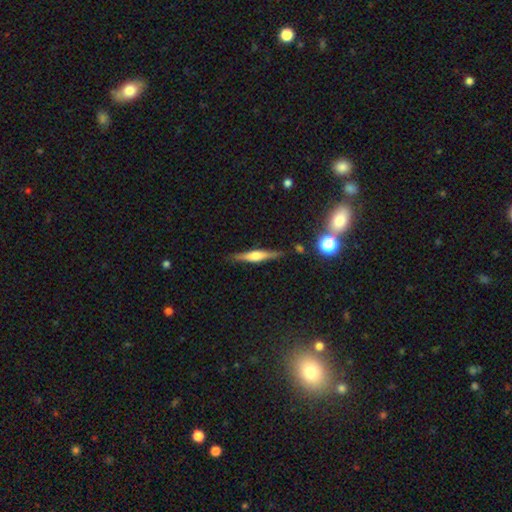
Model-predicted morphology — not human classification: smooth-or-featured: featured or disk: 64% | smooth: 28% | star or artifact: 7%
  disk-edge-on: yes: 96% | no: 4%
    edge-on-bulge: rounded: 76% | boxy: 19% | none: 6%
  merging: none: 86% | minor disturbance: 10% | major disturbance: 2% | merger: 2%